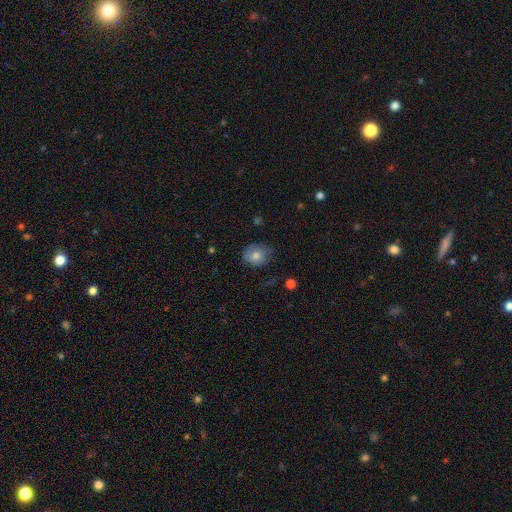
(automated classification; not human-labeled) This is likely a smooth galaxy (73%). How rounded: likely round (62%). Merging: possibly none (58%).